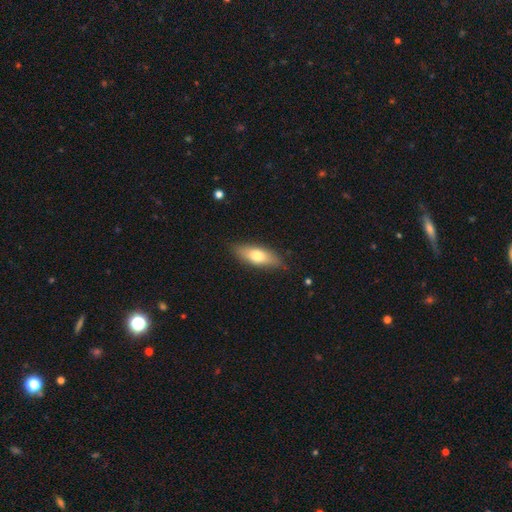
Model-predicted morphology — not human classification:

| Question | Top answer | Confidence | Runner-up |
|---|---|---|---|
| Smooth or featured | smooth | 67% | featured or disk (27%) |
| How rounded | in between | 66% | cigar-shaped (32%) |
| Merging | none | 83% | minor disturbance (14%) |